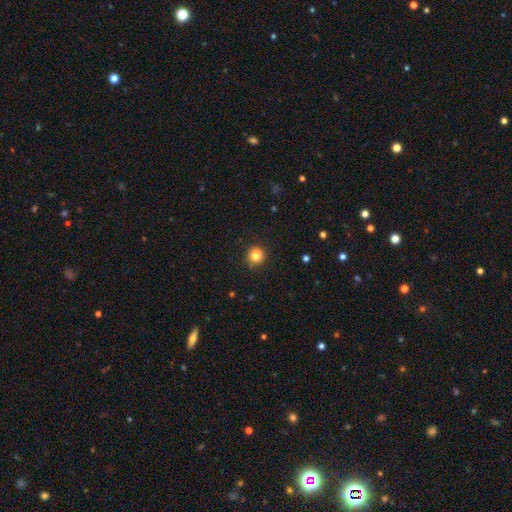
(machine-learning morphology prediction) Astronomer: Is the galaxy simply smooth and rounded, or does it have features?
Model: smooth — 81%.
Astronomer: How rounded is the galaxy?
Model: round — 91%.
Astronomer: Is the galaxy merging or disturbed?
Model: none — 83%.